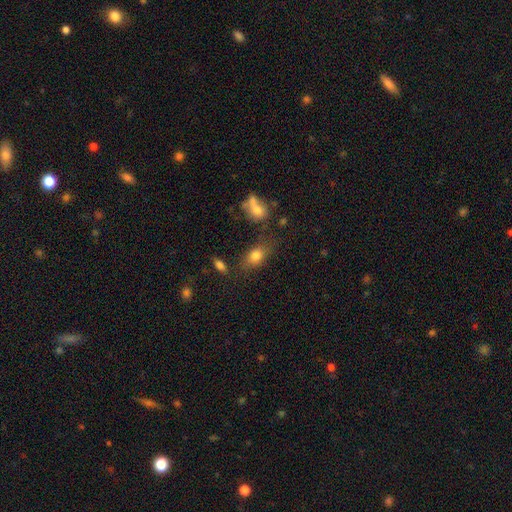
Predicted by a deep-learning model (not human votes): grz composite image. It shows a smooth galaxy with no disk features (78%) that is in between round and cigar-shaped (76%). Merging: none (66%).